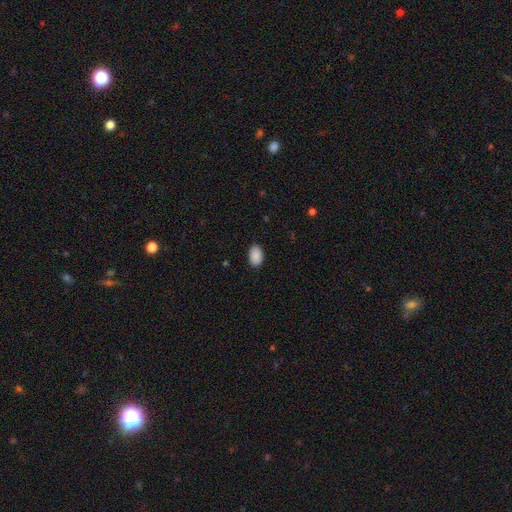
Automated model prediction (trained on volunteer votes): This appears to be a smooth galaxy with no disk features (90%) that is in between round and cigar-shaped (91%). Merging: none (87%).